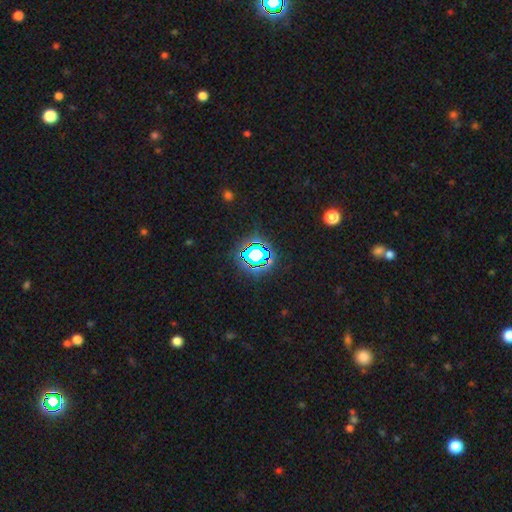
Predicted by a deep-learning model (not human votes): Morphology: type=star or artifact (71%).